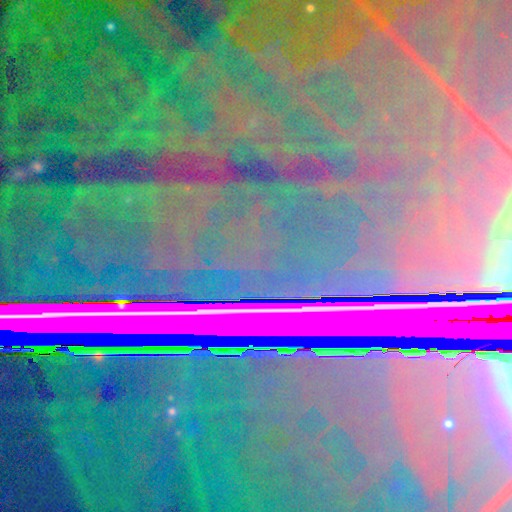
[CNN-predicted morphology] type=star or artifact (87%).